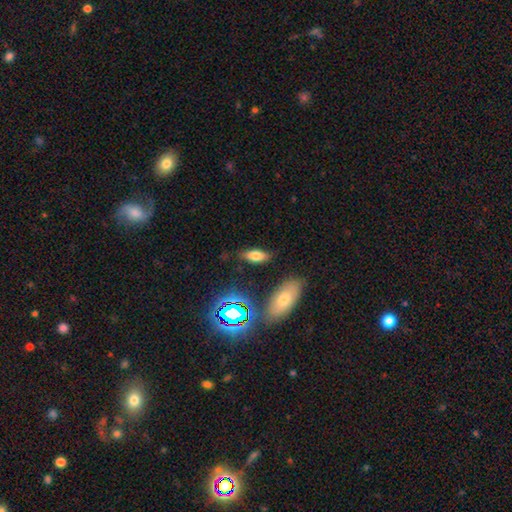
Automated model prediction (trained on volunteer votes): Morphology: type=smooth (68%); roundness=in between (77%); merging=none (79%).